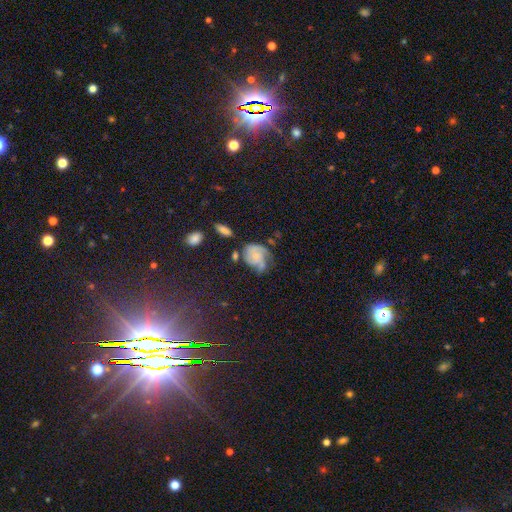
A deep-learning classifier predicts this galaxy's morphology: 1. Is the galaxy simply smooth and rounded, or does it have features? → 57% featured or disk, 33% smooth, 10% star or artifact.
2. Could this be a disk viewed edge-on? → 97% no, 3% yes.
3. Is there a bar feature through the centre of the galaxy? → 80% no, 18% weak, 3% strong.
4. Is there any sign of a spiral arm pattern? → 84% yes, 16% no.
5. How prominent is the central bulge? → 66% small, 21% moderate, 11% none, 2% large, 1% dominant.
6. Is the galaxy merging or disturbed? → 38% none, 30% minor disturbance, 24% major disturbance, 8% merger.